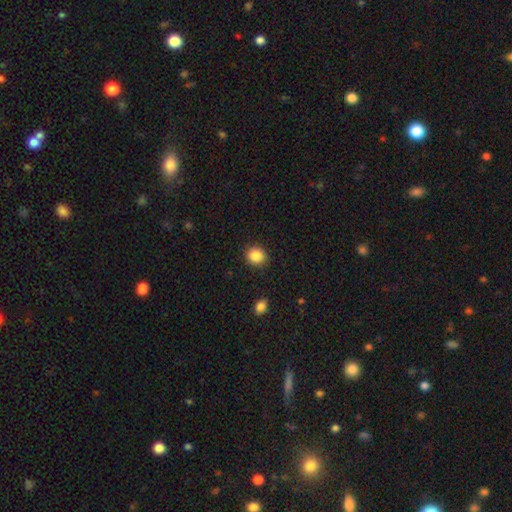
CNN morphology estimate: A smooth galaxy with no disk features (87%) that is round (75%).

Vote fractions:
- Smooth or featured? smooth: 87% / star or artifact: 9% / featured or disk: 4%
- How rounded? round: 75% / in between: 24% / cigar-shaped: 1%
- Merging? none: 90% / minor disturbance: 7% / major disturbance: 2% / merger: 1%